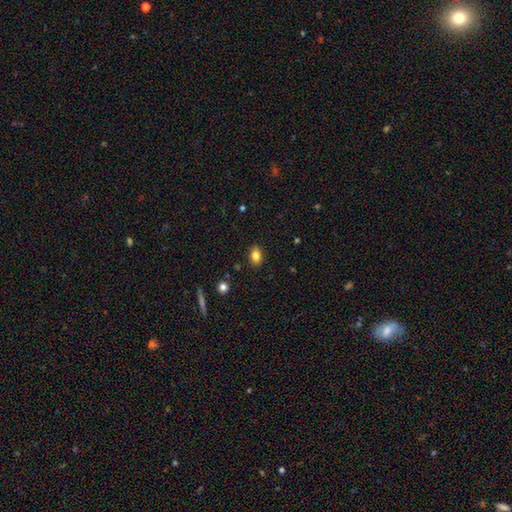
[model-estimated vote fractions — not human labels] smooth-or-featured: smooth: 82% | star or artifact: 10% | featured or disk: 9%
  how-rounded: in between: 80% | round: 17% | cigar-shaped: 2%
  merging: none: 87% | minor disturbance: 10% | major disturbance: 2% | merger: 1%